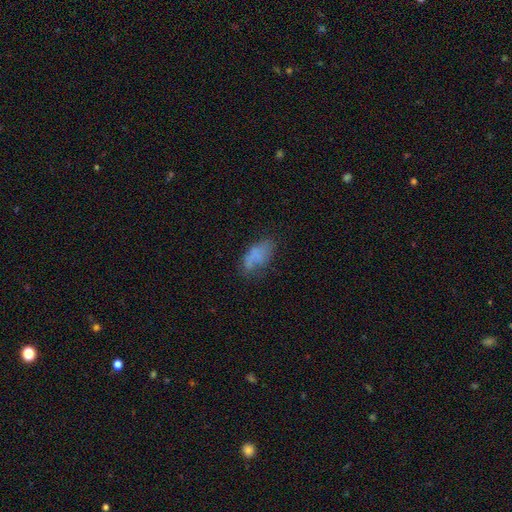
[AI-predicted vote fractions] smooth_or_featured: smooth (p=0.62) [alt: featured or disk p=0.26]
how_rounded: in between (p=0.90) [alt: cigar-shaped p=0.06]
merging: none (p=0.45) [alt: minor disturbance p=0.28]